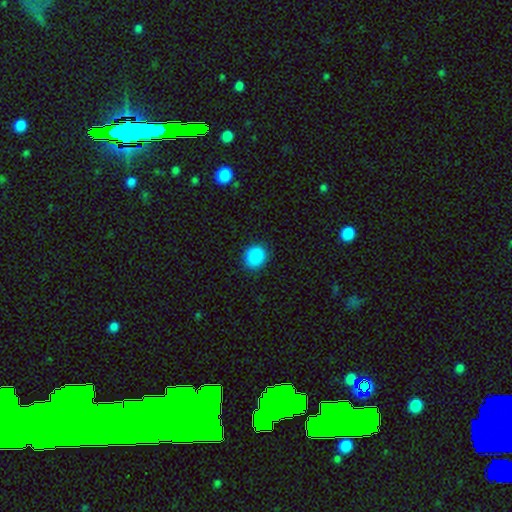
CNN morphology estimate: smooth_or_featured: smooth (p=0.89) [alt: star or artifact p=0.08]
how_rounded: round (p=0.75) [alt: in between p=0.24]
merging: none (p=0.88) [alt: minor disturbance p=0.08]